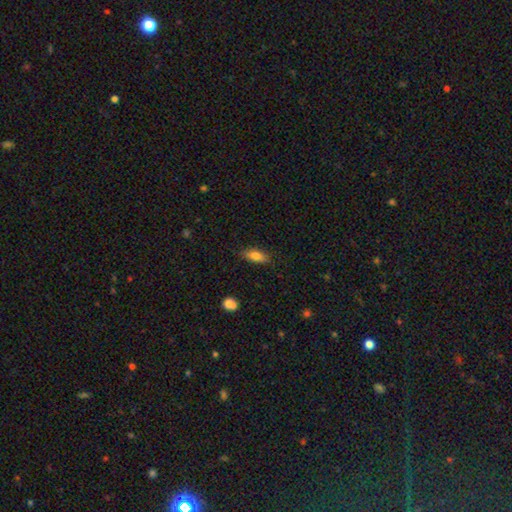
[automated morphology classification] Overall: smooth (79%). How rounded: in between (77%). Merging: none (83%).